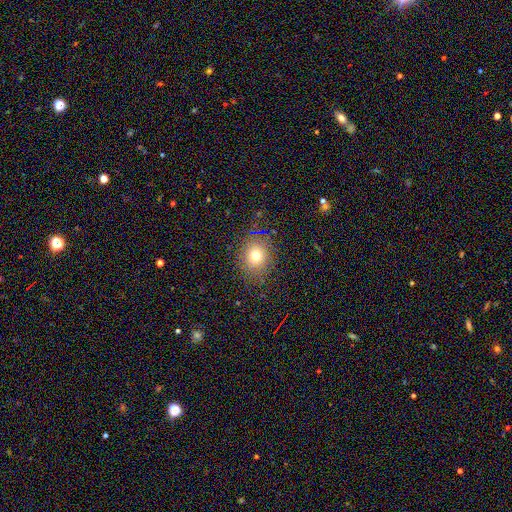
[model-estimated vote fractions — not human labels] The model was most divided on "smooth or featured": smooth: 73%, star or artifact: 18%, featured or disk: 9%. More confident: merging — none (86%); how rounded — round (77%).